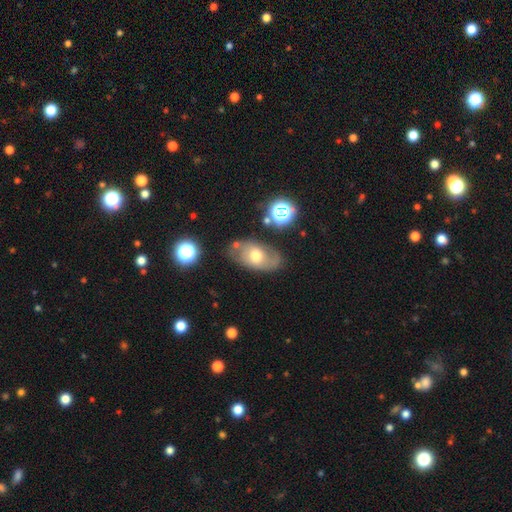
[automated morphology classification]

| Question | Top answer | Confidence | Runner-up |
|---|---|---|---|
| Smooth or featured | smooth | 46% | featured or disk (44%) |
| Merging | none | 64% | minor disturbance (21%) |